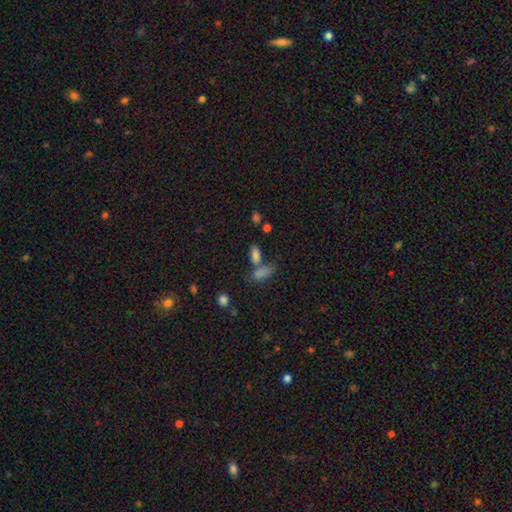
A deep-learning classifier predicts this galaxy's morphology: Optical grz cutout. It shows a smooth galaxy with no disk features (80%) that is in between round and cigar-shaped (81%). Merging: none (49%).